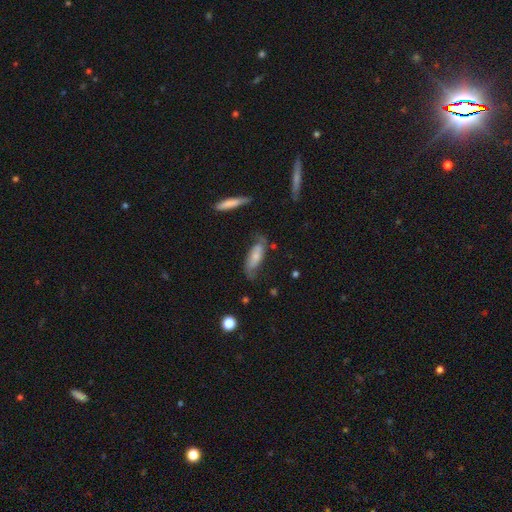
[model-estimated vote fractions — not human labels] A featured or disk galaxy (50%). Merging: none (57%).